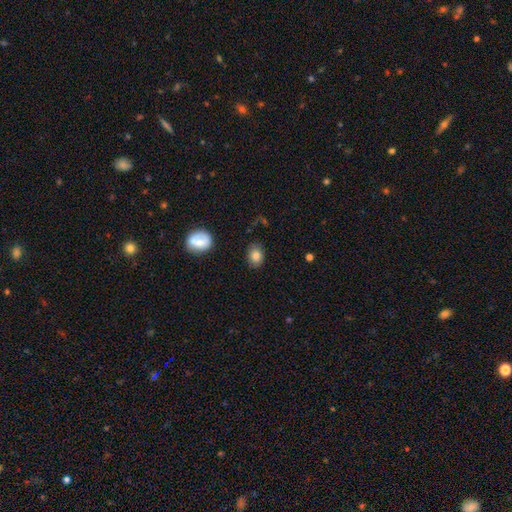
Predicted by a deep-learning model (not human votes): Smooth or featured? smooth (83%)
How rounded? in between (58%)
Merging? none (82%)